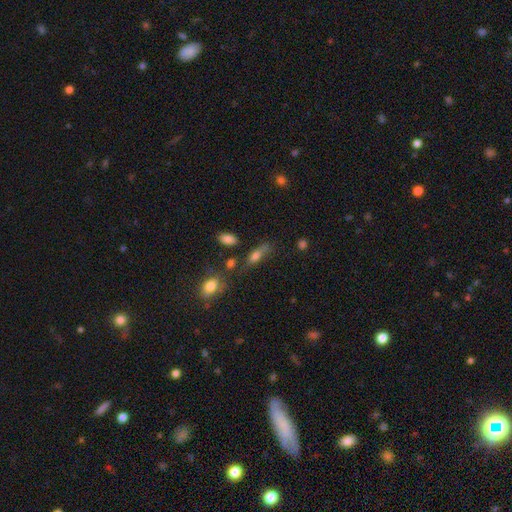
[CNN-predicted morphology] This appears to be a smooth galaxy with no disk features (60%) that is in between round and cigar-shaped (58%). Merging: none (49%).